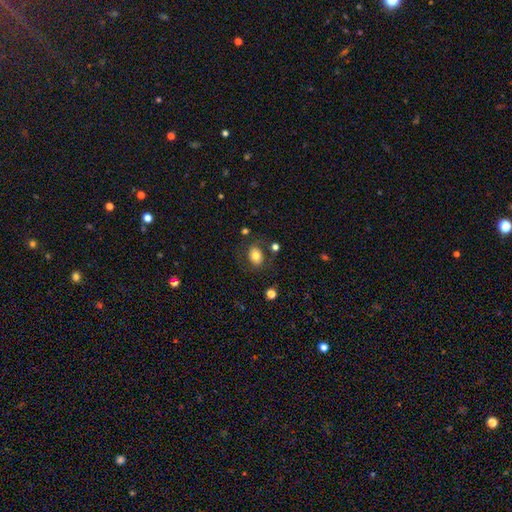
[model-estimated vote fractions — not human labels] Q: Smooth or featured?
A: smooth (77%); runner-up: featured or disk (14%)
Q: How rounded?
A: in between (64%); runner-up: round (35%)
Q: Merging?
A: none (75%); runner-up: minor disturbance (14%)